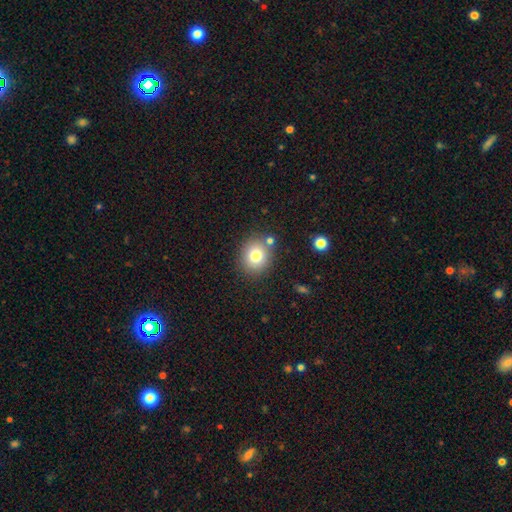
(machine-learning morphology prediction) A smooth galaxy with no disk features (78%) that is round (75%).

Vote fractions:
- Smooth or featured? smooth: 78% / star or artifact: 12% / featured or disk: 11%
- How rounded? round: 75% / in between: 24% / cigar-shaped: 1%
- Merging? none: 78% / minor disturbance: 10% / merger: 8% / major disturbance: 3%